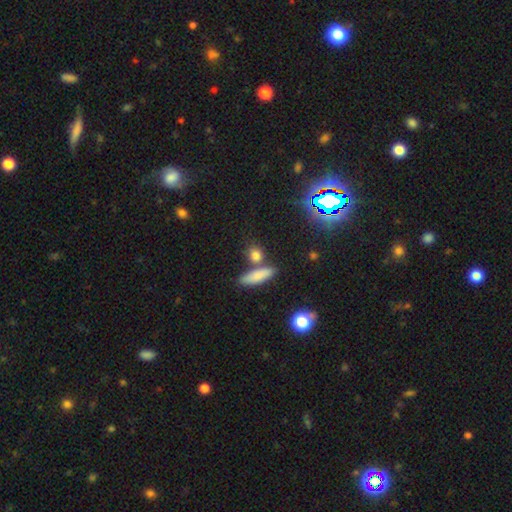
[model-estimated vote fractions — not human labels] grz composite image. It shows a smooth galaxy with no disk features (77%) that is round (54%). Merging: none (70%).